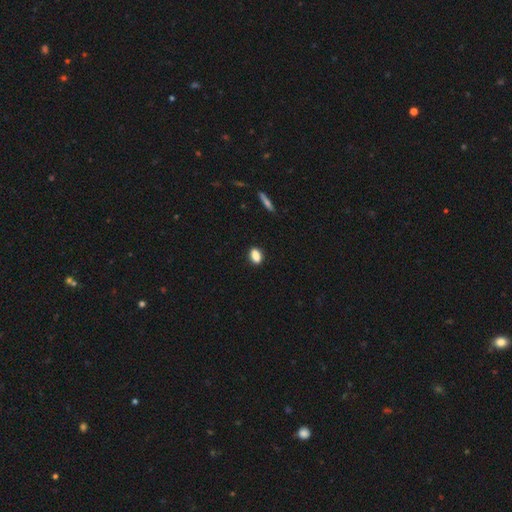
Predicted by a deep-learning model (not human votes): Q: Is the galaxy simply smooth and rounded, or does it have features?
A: smooth — 86%.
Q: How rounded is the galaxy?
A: in between — 80%.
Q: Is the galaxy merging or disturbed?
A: none — 87%.